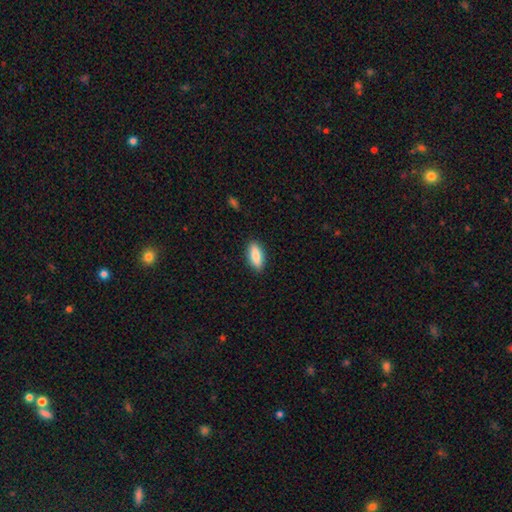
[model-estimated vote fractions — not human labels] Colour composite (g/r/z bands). It shows a smooth galaxy with no disk features (85%) that is in between round and cigar-shaped (79%). Merging: none (89%).